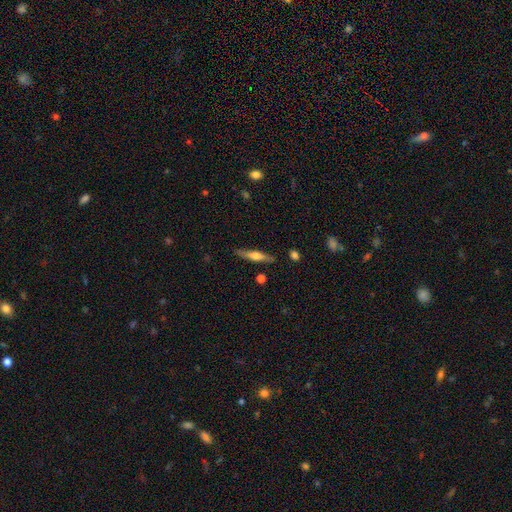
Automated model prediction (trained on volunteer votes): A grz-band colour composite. It shows a featured or disk galaxy (52%) viewed edge-on (94%). Merging: none (86%).